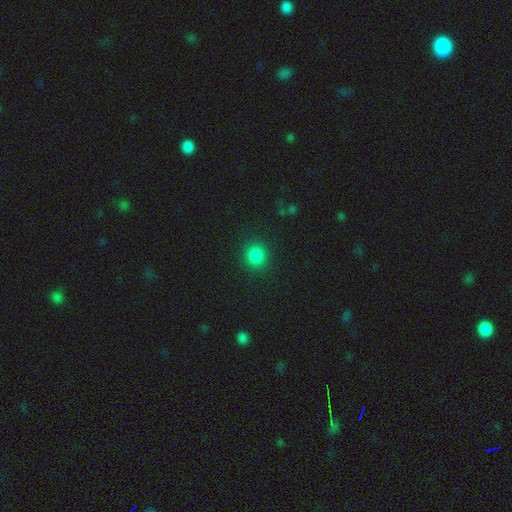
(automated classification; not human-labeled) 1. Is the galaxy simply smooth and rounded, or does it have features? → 84% smooth, 12% star or artifact, 4% featured or disk.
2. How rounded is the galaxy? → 87% round, 12% in between, 1% cigar-shaped.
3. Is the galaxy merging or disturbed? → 90% none, 6% minor disturbance, 3% major disturbance, 1% merger.